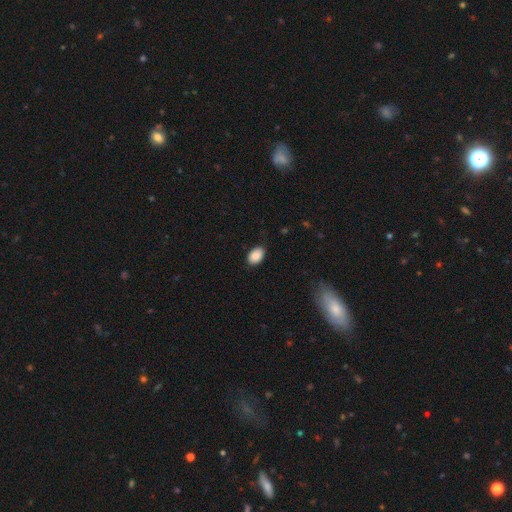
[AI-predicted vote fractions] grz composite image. It shows a smooth galaxy with no disk features (88%) that is in between round and cigar-shaped (87%). Merging: none (80%).